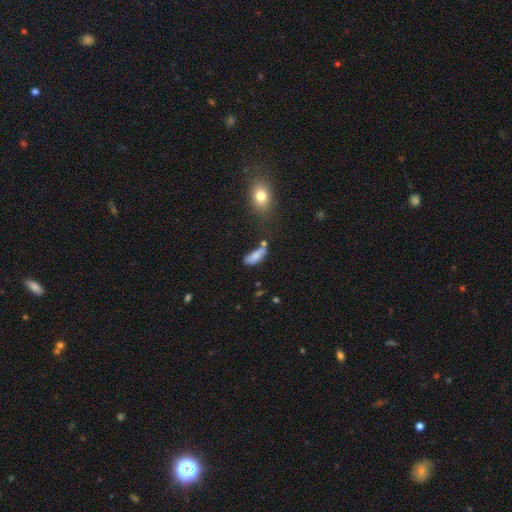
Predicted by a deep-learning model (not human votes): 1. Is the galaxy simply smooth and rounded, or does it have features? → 77% smooth, 13% featured or disk, 10% star or artifact.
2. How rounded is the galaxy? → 74% in between, 22% cigar-shaped, 3% round.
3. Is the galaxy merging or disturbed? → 46% none, 28% minor disturbance, 15% merger, 12% major disturbance.